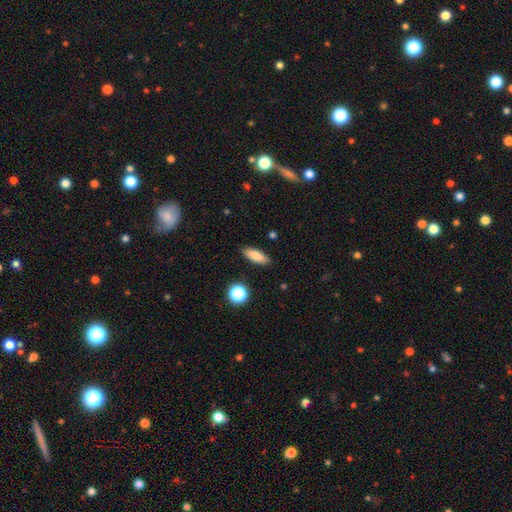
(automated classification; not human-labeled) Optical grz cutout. It shows a smooth galaxy with no disk features (82%) that is in between round and cigar-shaped (64%). Merging: none (88%).